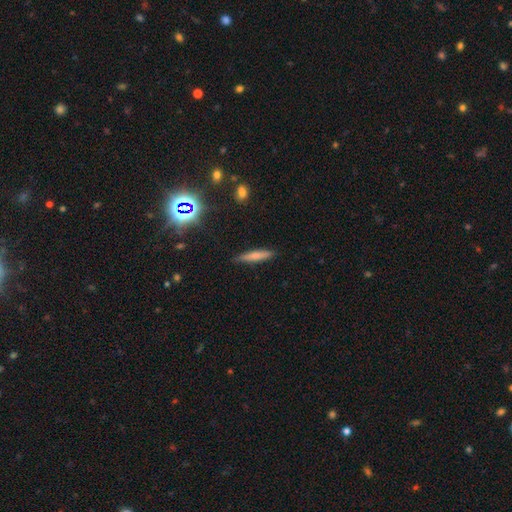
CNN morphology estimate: A smooth galaxy with no disk features (70%) that is cigar-shaped (89%). Merging: none (87%).